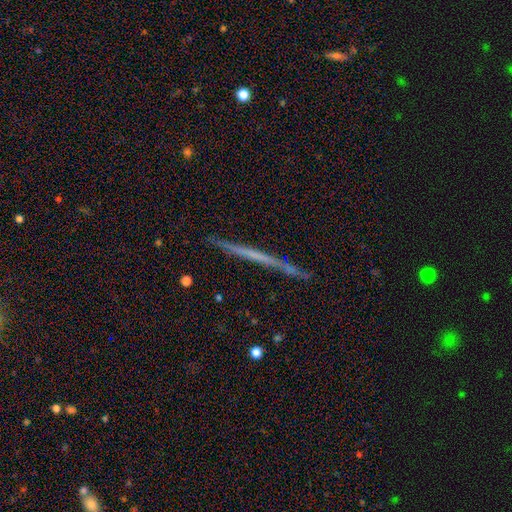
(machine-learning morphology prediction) Smooth or featured: featured or disk — 56% (smooth — 36%)
Edge-on disk: yes — 97% (no — 3%)
Edge-on bulge: none — 91% (rounded — 6%)
Merging: none — 88% (minor disturbance — 9%)